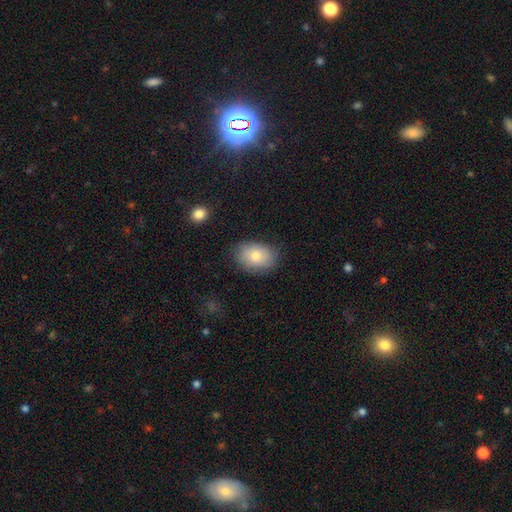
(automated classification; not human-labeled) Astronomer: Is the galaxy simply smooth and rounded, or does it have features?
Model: smooth — 76%.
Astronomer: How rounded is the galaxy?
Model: in between — 77%.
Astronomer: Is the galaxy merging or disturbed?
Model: none — 81%.